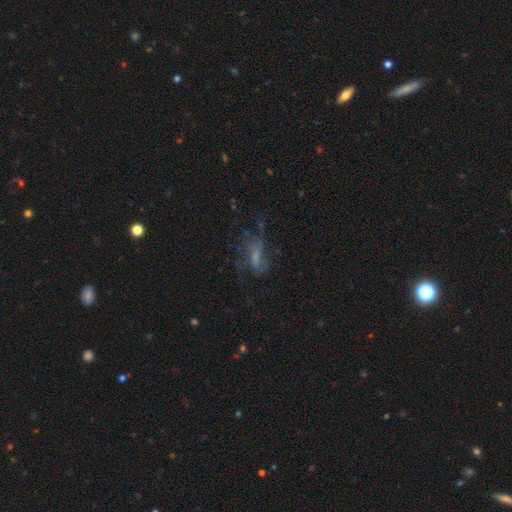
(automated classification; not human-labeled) The model was most divided on "smooth or featured": featured or disk: 48%, smooth: 35%, star or artifact: 17%. Remaining: merging — none (45%).